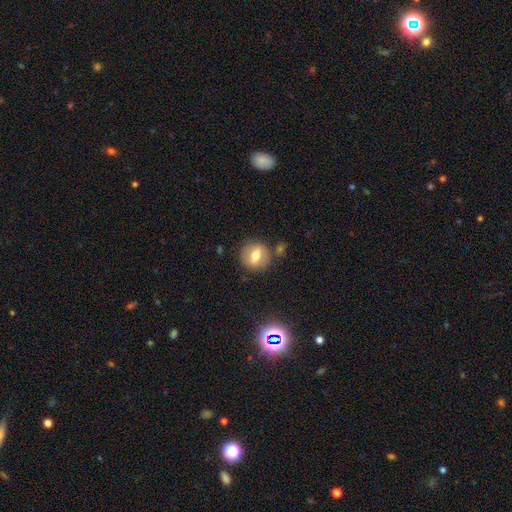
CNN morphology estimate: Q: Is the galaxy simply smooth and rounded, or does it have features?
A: smooth — 57%.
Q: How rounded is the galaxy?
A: round — 76%.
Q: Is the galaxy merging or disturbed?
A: none — 80%.